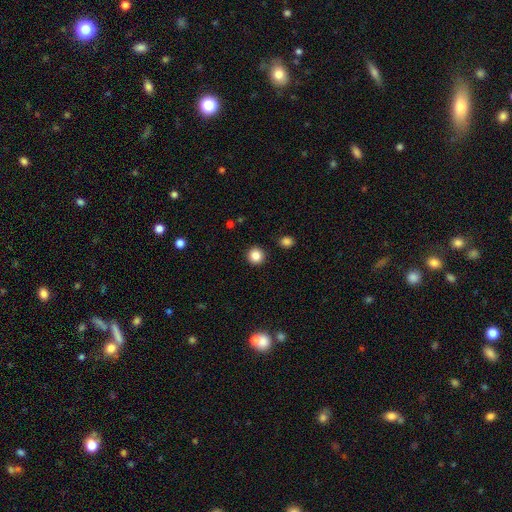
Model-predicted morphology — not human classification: The model was most divided on "smooth or featured": smooth: 85%, star or artifact: 11%, featured or disk: 4%. More confident: how rounded — round (94%); merging — none (92%).